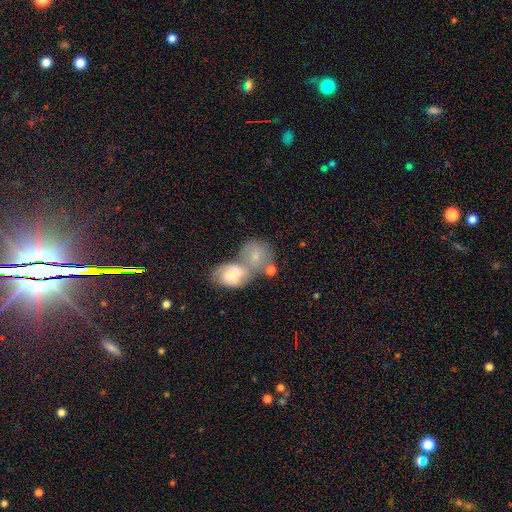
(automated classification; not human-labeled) The model was most divided on "how rounded": round: 54%, in between: 44%, cigar-shaped: 2%. More confident: merging — merger (64%); smooth or featured — smooth (61%).